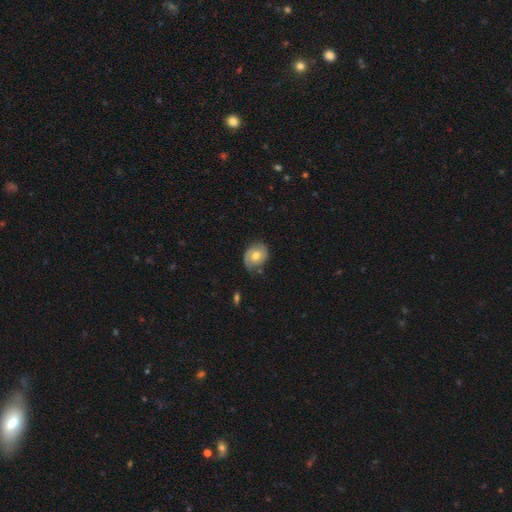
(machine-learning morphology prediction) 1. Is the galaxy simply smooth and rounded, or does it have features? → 55% smooth, 38% featured or disk, 8% star or artifact.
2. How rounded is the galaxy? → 51% round, 48% in between, 1% cigar-shaped.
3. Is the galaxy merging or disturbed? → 66% none, 26% minor disturbance, 6% major disturbance, 2% merger.